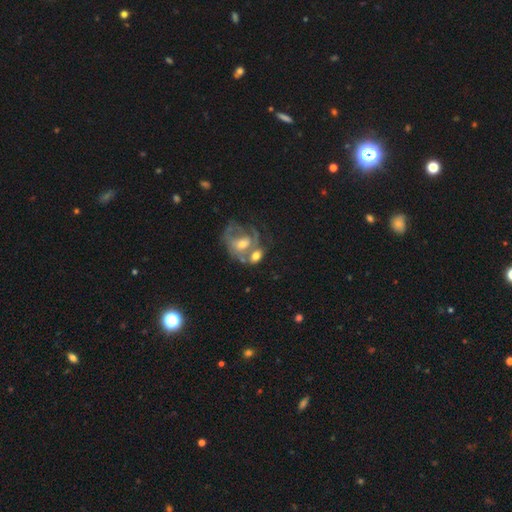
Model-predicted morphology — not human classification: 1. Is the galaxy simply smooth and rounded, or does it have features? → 51% featured or disk, 40% smooth, 9% star or artifact.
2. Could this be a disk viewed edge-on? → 95% no, 5% yes.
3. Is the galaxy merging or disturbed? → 55% merger, 20% none, 13% major disturbance, 11% minor disturbance.